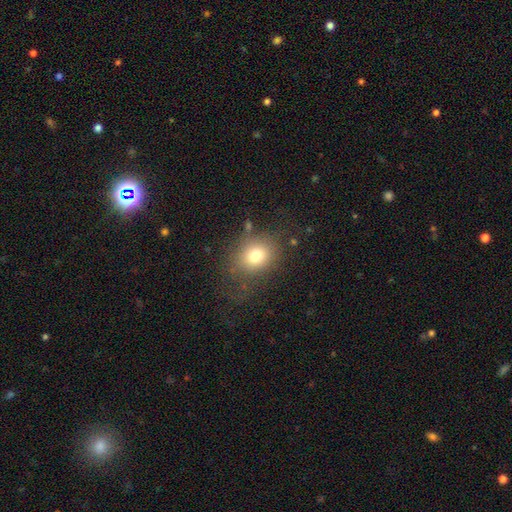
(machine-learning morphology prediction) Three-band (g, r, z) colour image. It shows a smooth galaxy with no disk features (75%) that is round (60%). Merging: none (67%).